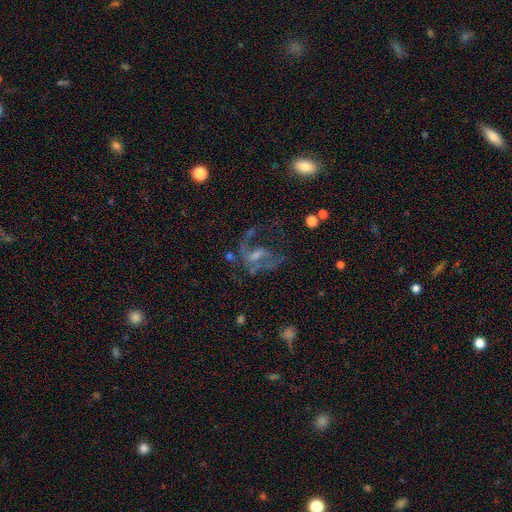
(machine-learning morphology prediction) Smooth or featured?
  - featured or disk: 69% *
  - star or artifact: 17%
  - smooth: 14%
Edge-on disk?
  - no: 96% *
  - yes: 4%
Bar?
  - no: 42% *
  - weak: 40%
  - strong: 18%
Spiral arms?
  - yes: 65% *
  - no: 35%
Bulge size?
  - small: 40% *
  - moderate: 29%
  - none: 26%
  - large: 4%
  - dominant: 2%
Merging?
  - major disturbance: 43% *
  - none: 36%
  - minor disturbance: 14%
  - merger: 7%